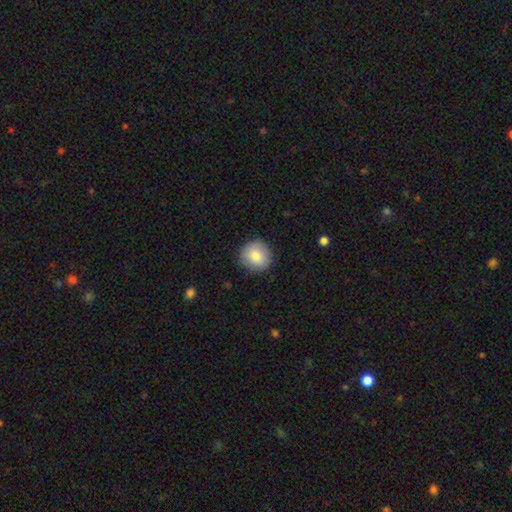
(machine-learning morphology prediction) The model was most divided on "smooth or featured": smooth: 83%, featured or disk: 10%, star or artifact: 8%. More confident: how rounded — round (91%); merging — none (88%).